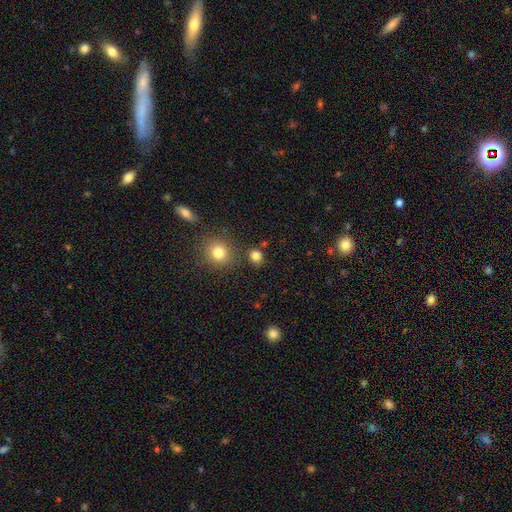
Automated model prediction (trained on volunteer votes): Overall: smooth (81%). How rounded: round (76%). Merging: none (79%).